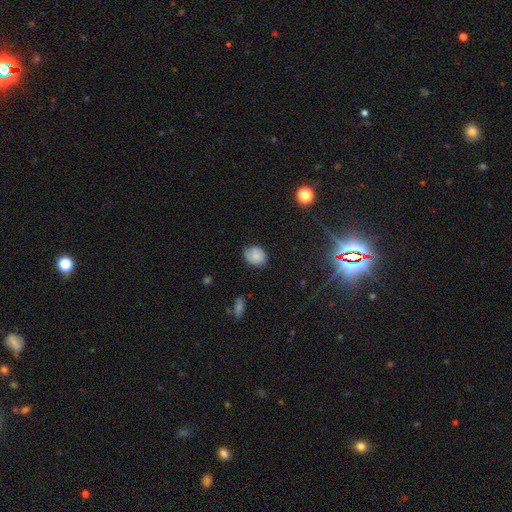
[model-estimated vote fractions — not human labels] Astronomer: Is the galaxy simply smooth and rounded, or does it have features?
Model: smooth — 70%.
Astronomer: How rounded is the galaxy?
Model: in between — 51% (runner-up: round, 48%).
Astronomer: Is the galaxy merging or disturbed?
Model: none — 70%.